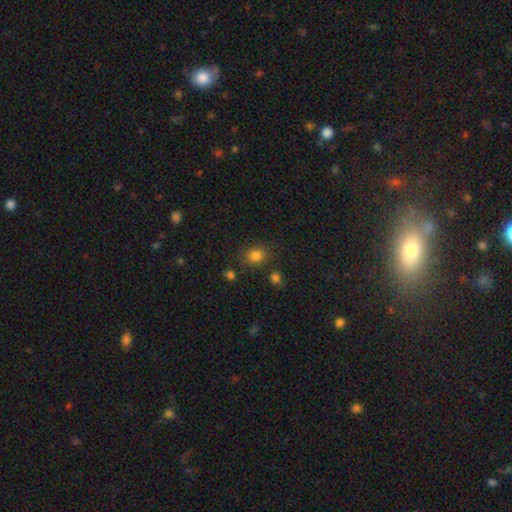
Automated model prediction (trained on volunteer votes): This appears to be a smooth galaxy with no disk features (81%) that is round (63%). Merging: none (75%).